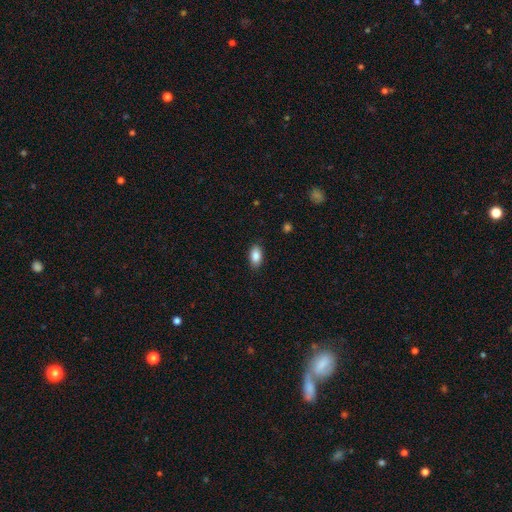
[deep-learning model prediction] Smooth or featured? smooth (87%)
How rounded? in between (92%)
Merging? none (87%)